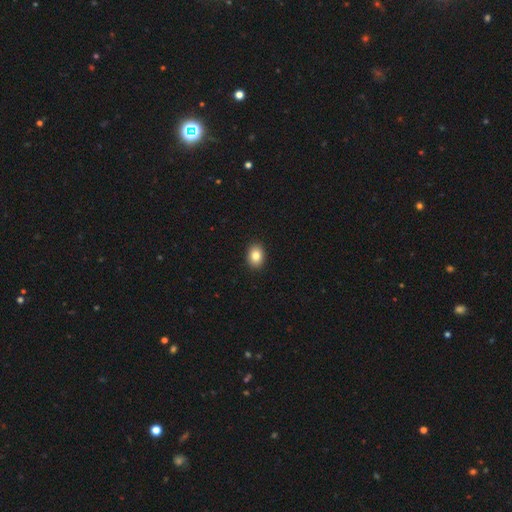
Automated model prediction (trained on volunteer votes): Q: Smooth or featured?
A: smooth (84%); runner-up: star or artifact (9%)
Q: How rounded?
A: in between (61%); runner-up: round (38%)
Q: Merging?
A: none (92%); runner-up: minor disturbance (6%)